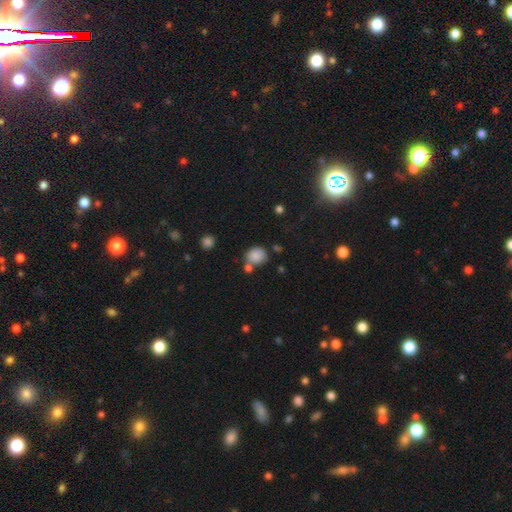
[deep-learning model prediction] This is clearly a smooth galaxy (84%). How rounded: likely round (70%). Merging: possibly none (59%).